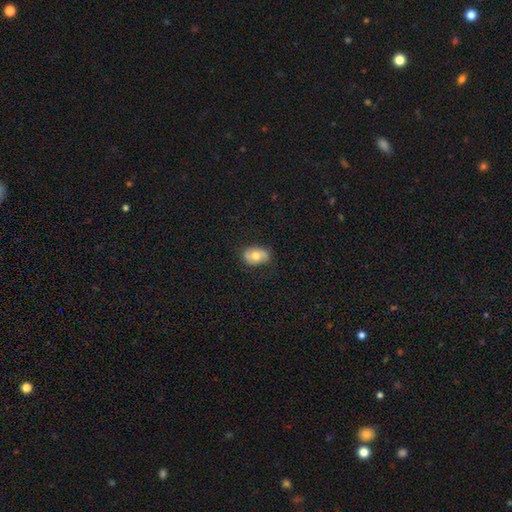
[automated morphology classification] This appears to be a smooth galaxy with no disk features (60%) that is in between round and cigar-shaped (80%). Merging: none (74%).